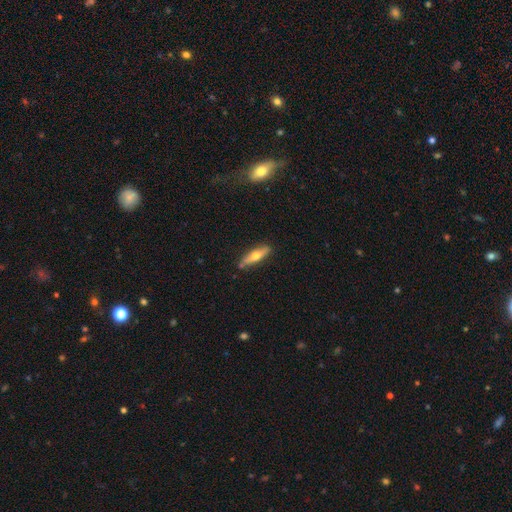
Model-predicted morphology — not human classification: Smooth or featured?
  - featured or disk: 47% * (tied)
  - smooth: 47% * (tied)
  - star or artifact: 6%
Merging?
  - none: 81% *
  - minor disturbance: 13%
  - merger: 4%
  - major disturbance: 2%